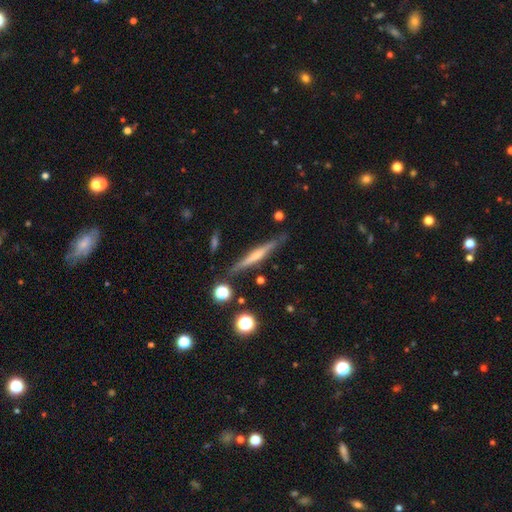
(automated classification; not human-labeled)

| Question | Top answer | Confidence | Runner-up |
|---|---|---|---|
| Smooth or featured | featured or disk | 60% | smooth (32%) |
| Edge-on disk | yes | 96% | no (4%) |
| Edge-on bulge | rounded | 46% | none (35%) |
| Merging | none | 84% | minor disturbance (11%) |